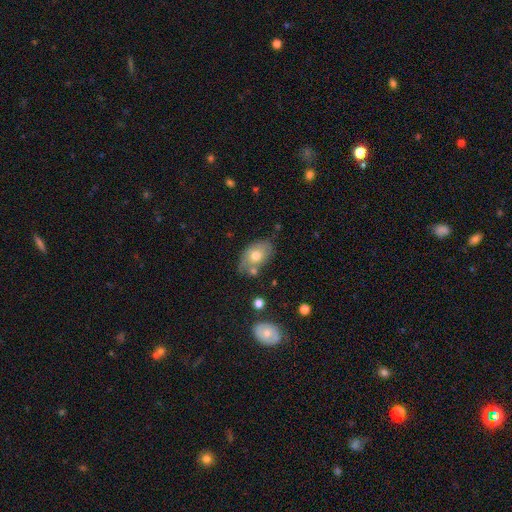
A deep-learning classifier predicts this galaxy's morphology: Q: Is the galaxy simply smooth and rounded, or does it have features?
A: smooth — 69%.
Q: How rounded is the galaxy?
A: in between — 86%.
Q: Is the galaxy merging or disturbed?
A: none — 58%.